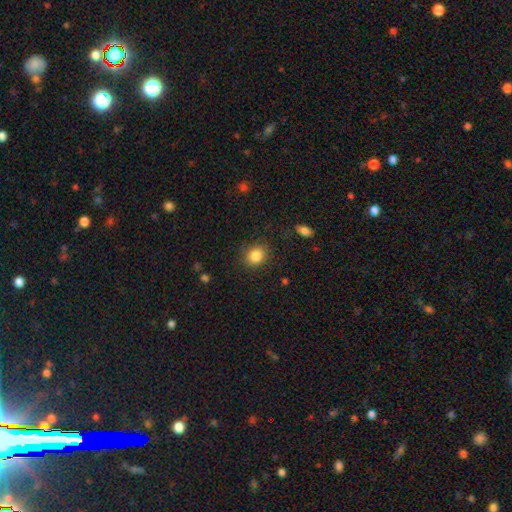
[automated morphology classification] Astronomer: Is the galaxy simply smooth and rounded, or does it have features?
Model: smooth — 86%.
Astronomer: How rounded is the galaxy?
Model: round — 73%.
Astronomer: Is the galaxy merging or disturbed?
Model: none — 85%.